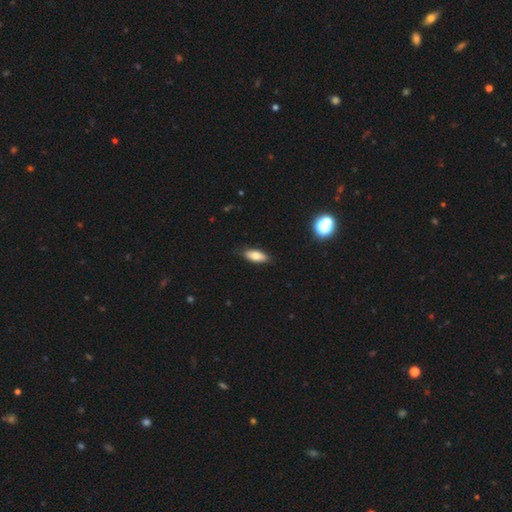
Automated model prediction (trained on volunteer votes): Smooth or featured? smooth (78%)
How rounded? in between (81%)
Merging? none (83%)